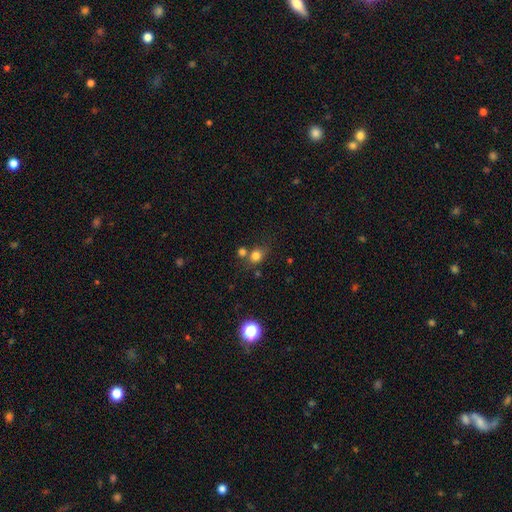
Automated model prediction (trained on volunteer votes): smooth_or_featured: smooth (p=0.78) [alt: star or artifact p=0.14]
how_rounded: round (p=0.71) [alt: in between p=0.27]
merging: none (p=0.57) [alt: merger p=0.24]